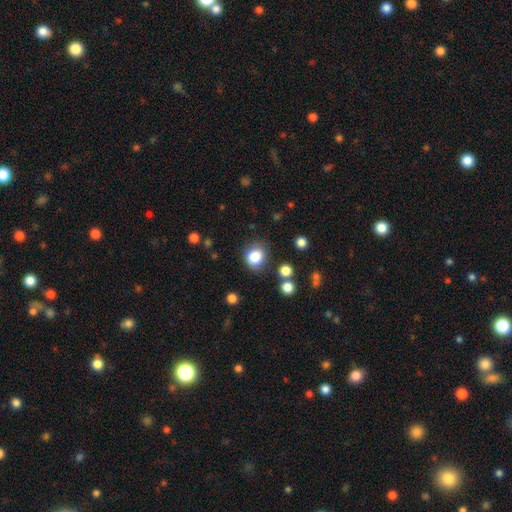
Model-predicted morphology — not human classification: The model was most divided on "how rounded": round: 62%, in between: 37%, cigar-shaped: 1%. More confident: smooth or featured — smooth (83%); merging — none (79%).